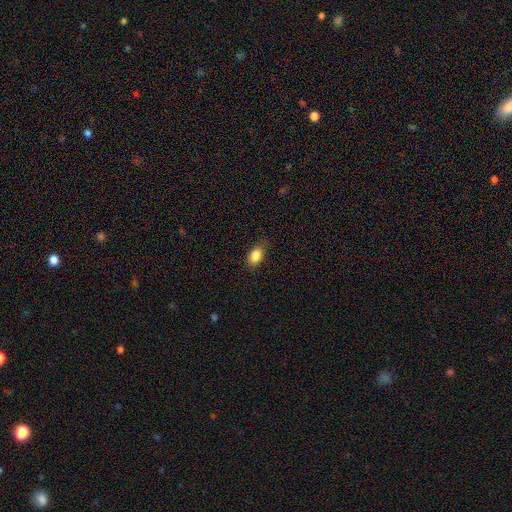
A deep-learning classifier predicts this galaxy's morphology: A smooth galaxy with no disk features (85%) that is in between round and cigar-shaped (84%). Merging: none (77%).